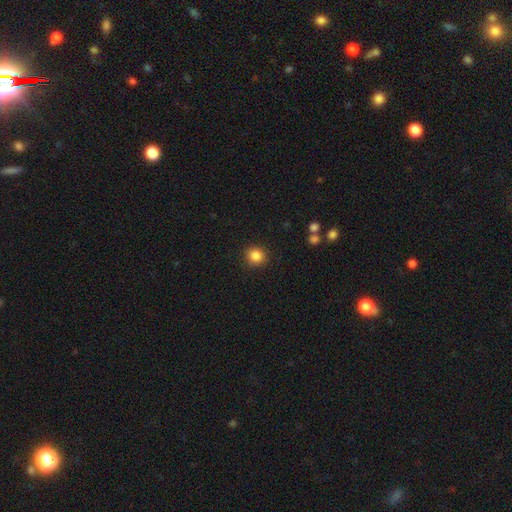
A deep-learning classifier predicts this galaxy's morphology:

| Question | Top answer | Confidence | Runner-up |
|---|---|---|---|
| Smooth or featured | smooth | 85% | star or artifact (11%) |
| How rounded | round | 87% | in between (12%) |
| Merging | none | 90% | minor disturbance (6%) |